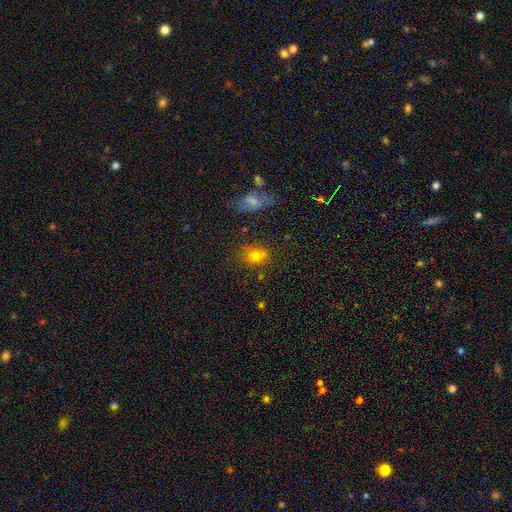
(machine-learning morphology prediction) This appears to be a smooth galaxy with no disk features (76%) that is in between round and cigar-shaped (64%). Merging: none (73%).